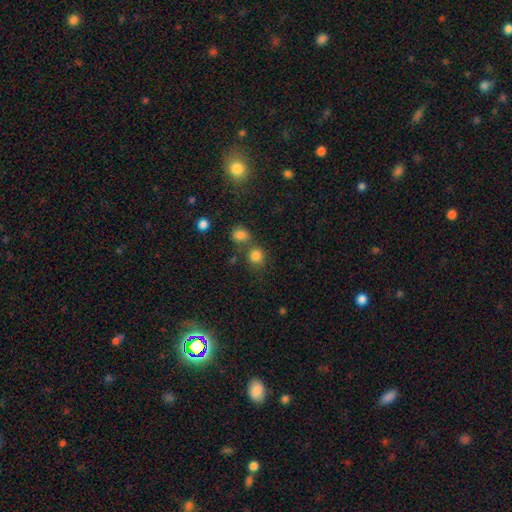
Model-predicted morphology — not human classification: smooth_or_featured: smooth (p=0.81) [alt: star or artifact p=0.13]
how_rounded: round (p=0.85) [alt: in between p=0.14]
merging: none (p=0.62) [alt: merger p=0.25]